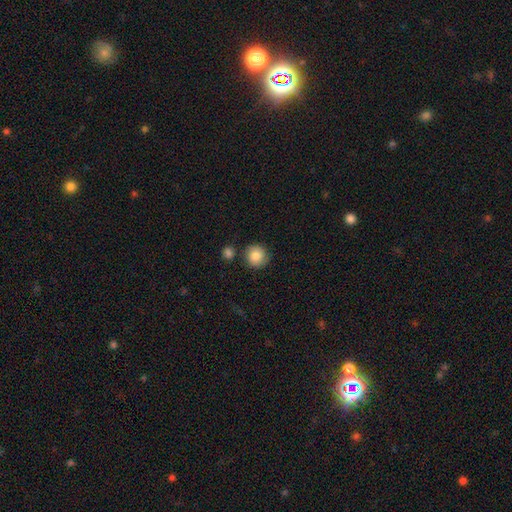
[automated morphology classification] This is clearly a smooth galaxy (82%). How rounded: clearly round (92%). Merging: likely none (79%).